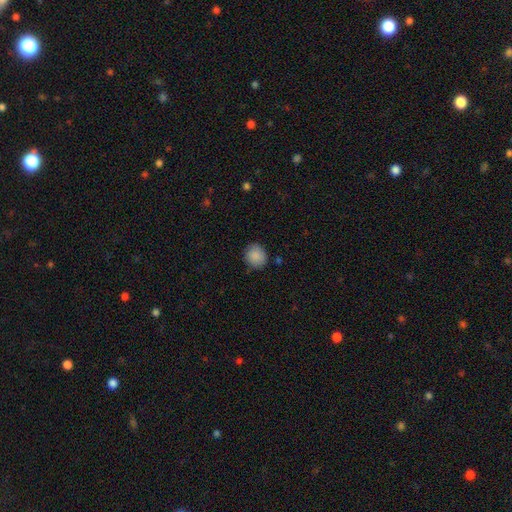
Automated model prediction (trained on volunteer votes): smooth_or_featured: smooth (p=0.89) [alt: star or artifact p=0.08]
how_rounded: round (p=0.79) [alt: in between p=0.20]
merging: none (p=0.83) [alt: minor disturbance p=0.13]